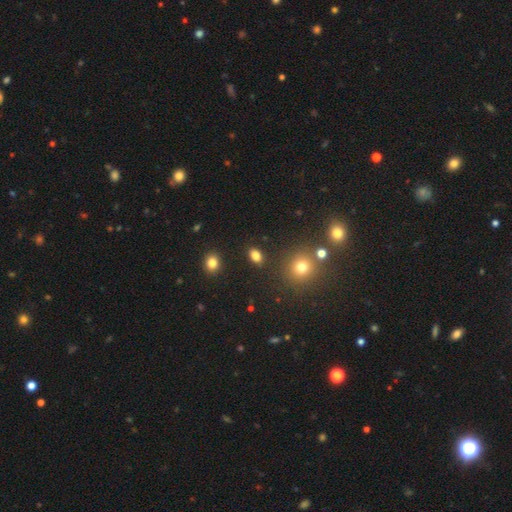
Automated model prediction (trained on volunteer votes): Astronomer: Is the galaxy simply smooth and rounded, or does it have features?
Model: smooth — 81%.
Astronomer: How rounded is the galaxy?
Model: in between — 80%.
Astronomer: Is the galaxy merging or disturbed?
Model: none — 86%.